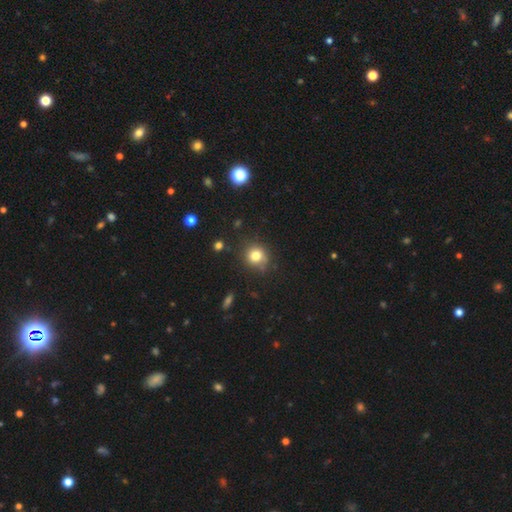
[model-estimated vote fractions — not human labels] Overall: smooth (79%). How rounded: round (86%). Merging: none (78%).